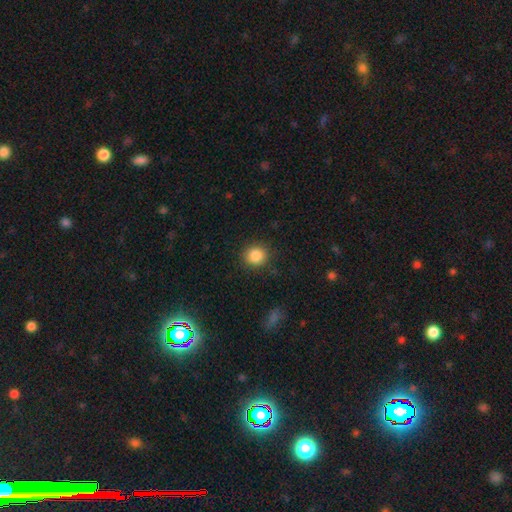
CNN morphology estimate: A smooth galaxy with no disk features (86%) that is round (87%).

Vote fractions:
- Smooth or featured? smooth: 86% / star or artifact: 10% / featured or disk: 4%
- How rounded? round: 87% / in between: 12% / cigar-shaped: 1%
- Merging? none: 88% / minor disturbance: 8% / major disturbance: 3% / merger: 1%